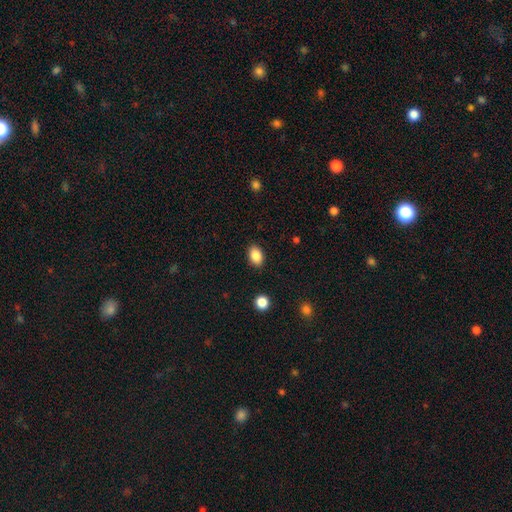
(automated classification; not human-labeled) This is clearly a smooth galaxy (87%). How rounded: clearly in between (85%). Merging: clearly none (88%).